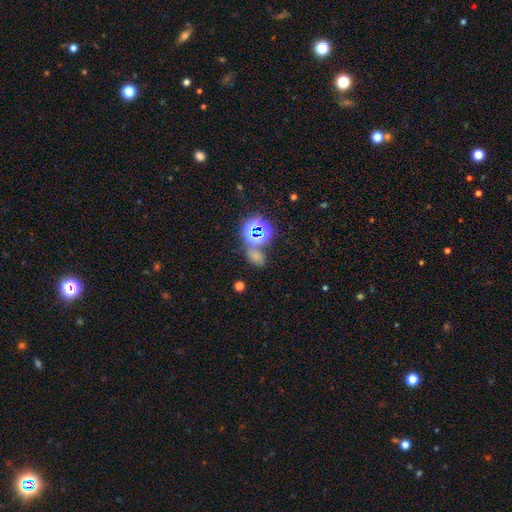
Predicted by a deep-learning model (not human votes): This appears to be a star or artifact, not a galaxy (45%).